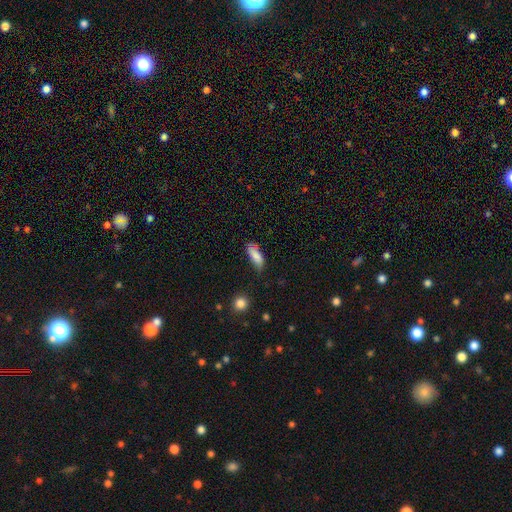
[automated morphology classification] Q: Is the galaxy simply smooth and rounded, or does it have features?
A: smooth — 83%.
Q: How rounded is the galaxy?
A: in between — 71%.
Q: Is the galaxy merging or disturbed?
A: none — 62%.